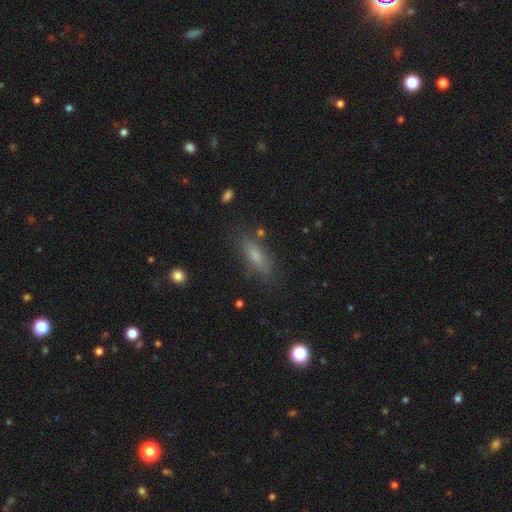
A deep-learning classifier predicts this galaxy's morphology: Smooth or featured? smooth (70%)
How rounded? in between (53%)
Merging? none (79%)